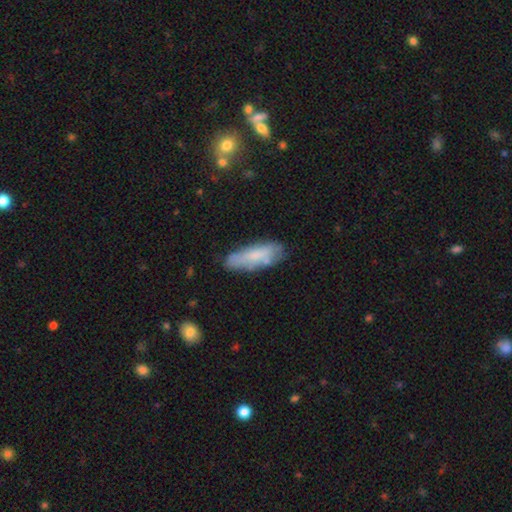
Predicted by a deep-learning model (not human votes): smooth_or_featured: smooth (p=0.70) [alt: featured or disk p=0.23]
how_rounded: in between (p=0.52) [alt: cigar-shaped p=0.46]
merging: none (p=0.68) [alt: minor disturbance p=0.22]